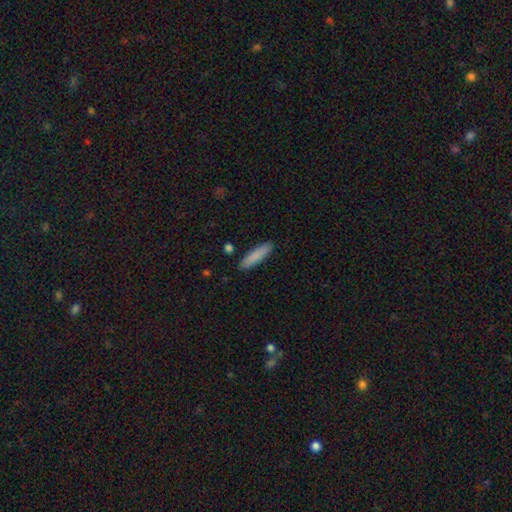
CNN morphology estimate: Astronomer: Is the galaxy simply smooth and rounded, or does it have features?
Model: smooth — 85%.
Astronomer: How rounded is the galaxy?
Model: cigar-shaped — 77%.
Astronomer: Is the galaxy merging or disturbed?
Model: none — 89%.